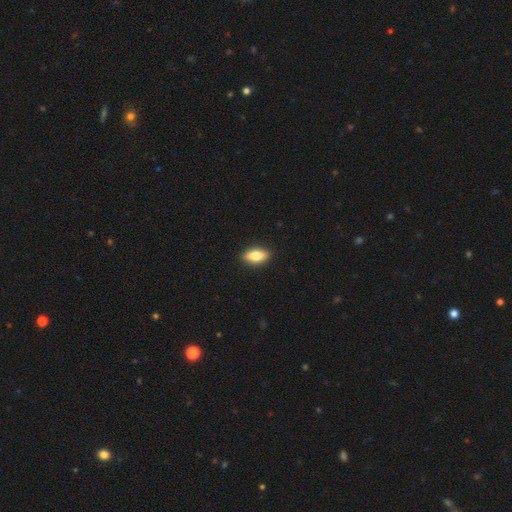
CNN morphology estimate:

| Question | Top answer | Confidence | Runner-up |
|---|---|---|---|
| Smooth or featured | smooth | 74% | featured or disk (20%) |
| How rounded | in between | 80% | cigar-shaped (16%) |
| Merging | none | 90% | minor disturbance (8%) |